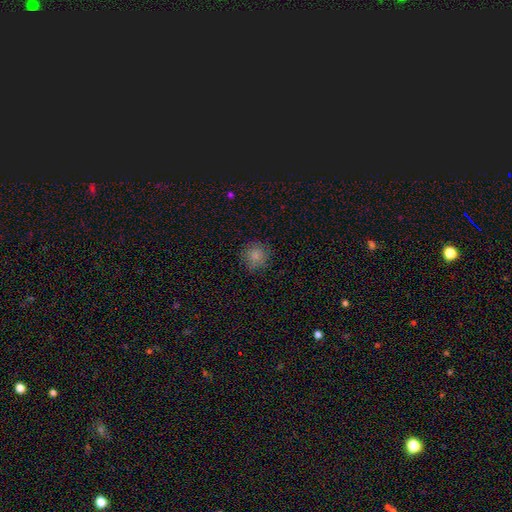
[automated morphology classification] Smooth or featured? Predicted: smooth (p=0.84). How rounded? Predicted: round (p=0.93). Merging? Predicted: none (p=0.85).